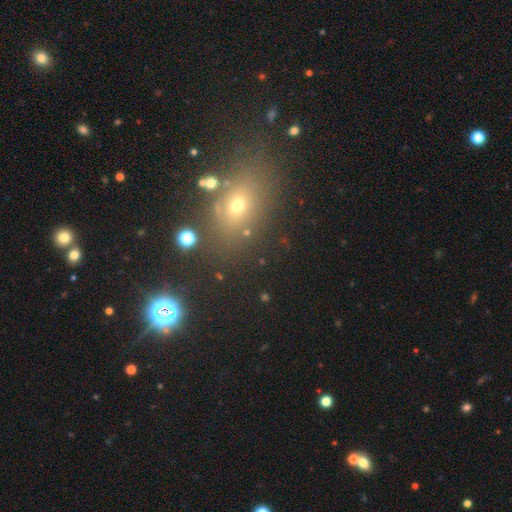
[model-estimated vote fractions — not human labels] A smooth galaxy with no disk features (45%).

Vote fractions:
- Smooth or featured? smooth: 45% / star or artifact: 40% / featured or disk: 14%
- Merging? none: 80% / minor disturbance: 10% / merger: 6% / major disturbance: 5%